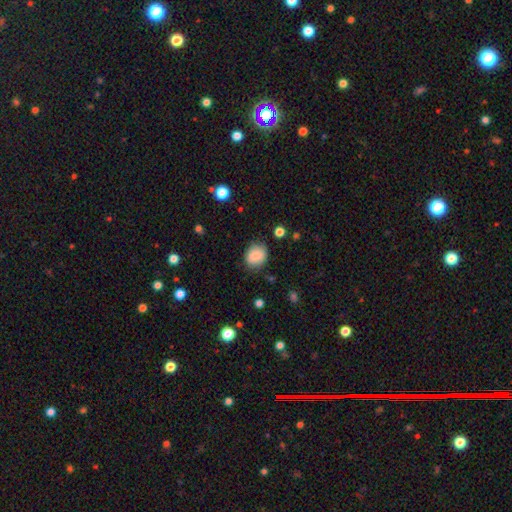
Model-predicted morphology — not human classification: The model was most divided on "how rounded": round: 55%, in between: 45%, cigar-shaped: 1%. More confident: smooth or featured — smooth (83%); merging — none (78%).